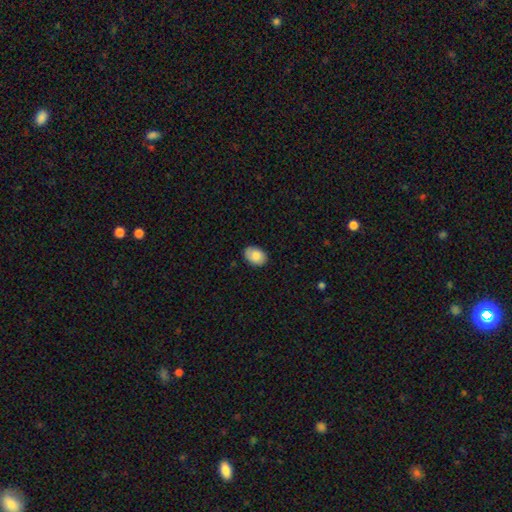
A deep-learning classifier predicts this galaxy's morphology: Smooth or featured?
  - smooth: 83% *
  - featured or disk: 10%
  - star or artifact: 7%
How rounded?
  - in between: 76% *
  - round: 23%
  - cigar-shaped: 1%
Merging?
  - none: 85% *
  - minor disturbance: 12%
  - major disturbance: 2%
  - merger: 1%